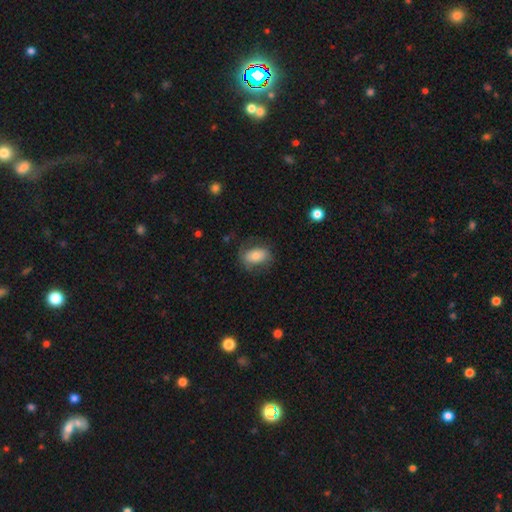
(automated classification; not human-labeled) Smooth or featured: smooth — 72% (featured or disk — 21%)
How rounded: in between — 85% (round — 13%)
Merging: none — 67% (minor disturbance — 20%)